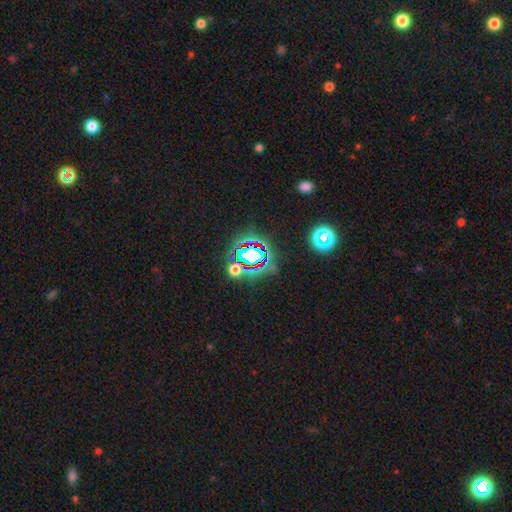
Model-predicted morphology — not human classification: Q: Smooth or featured?
A: star or artifact (73%); runner-up: smooth (16%)